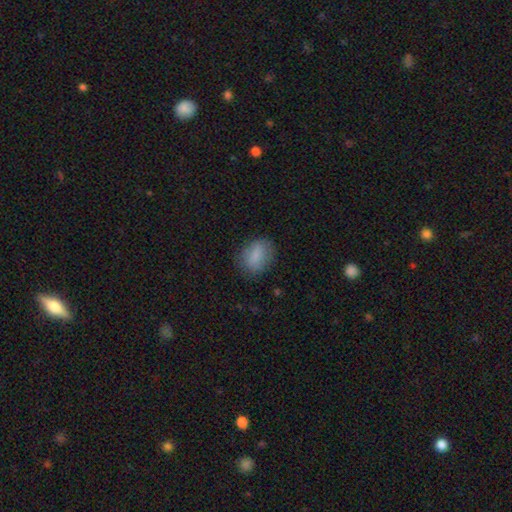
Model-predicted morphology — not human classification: smooth_or_featured: smooth (p=0.82) [alt: featured or disk p=0.10]
how_rounded: in between (p=0.68) [alt: round p=0.30]
merging: none (p=0.78) [alt: minor disturbance p=0.16]